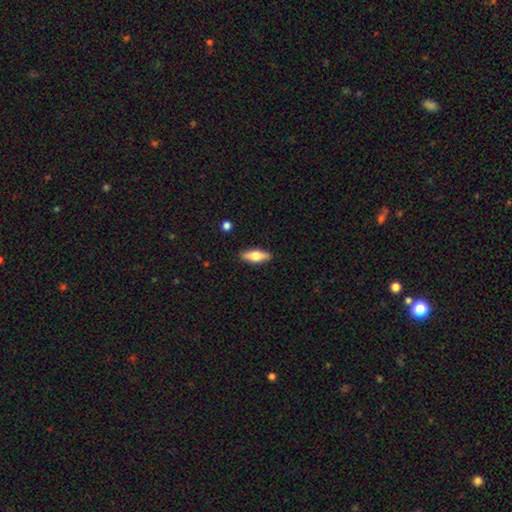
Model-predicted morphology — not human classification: This appears to be a smooth galaxy with no disk features (59%) that is in between round and cigar-shaped (62%). Merging: none (89%).